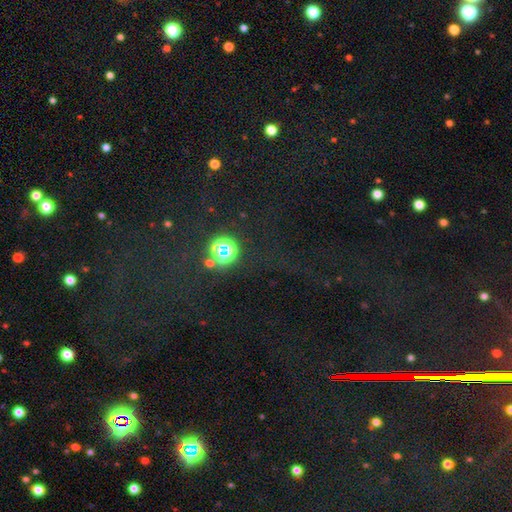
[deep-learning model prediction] Smooth or featured: star or artifact — 77% (smooth — 15%)